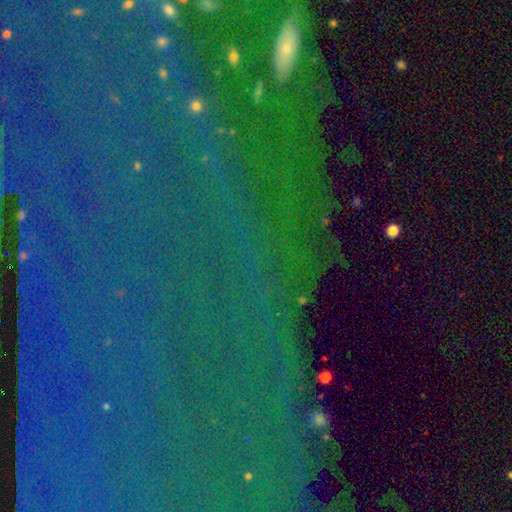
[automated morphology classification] This appears to be a star or artifact, not a galaxy (81%).